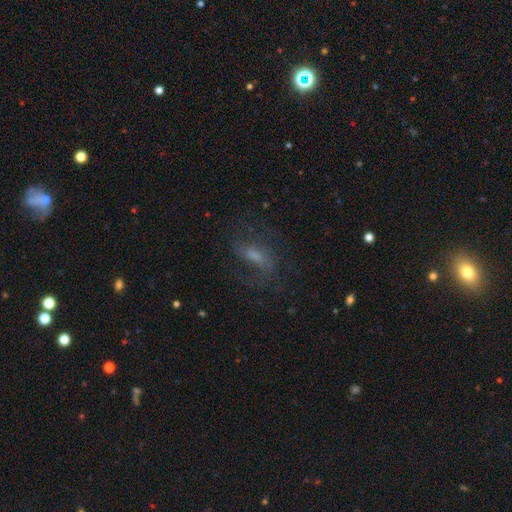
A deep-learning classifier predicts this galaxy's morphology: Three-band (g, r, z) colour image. It shows a featured or disk galaxy (58%) with a weak bar (48%), spiral arms (81%) and a moderate central bulge (39%). Merging: none (61%).